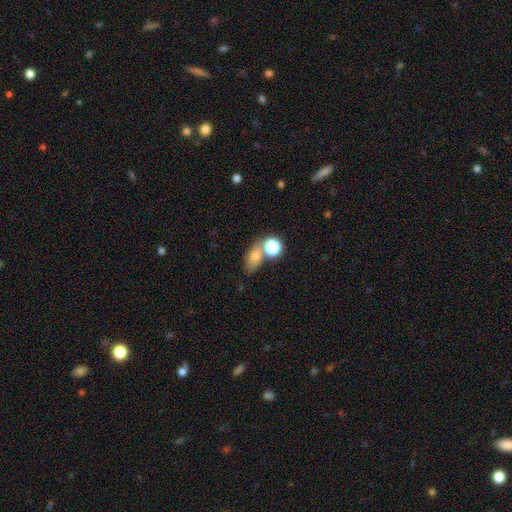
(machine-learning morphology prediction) smooth-or-featured: smooth: 71% | star or artifact: 16% | featured or disk: 13%
  how-rounded: in between: 70% | round: 26% | cigar-shaped: 4%
  merging: none: 47% | merger: 34% | minor disturbance: 13% | major disturbance: 7%